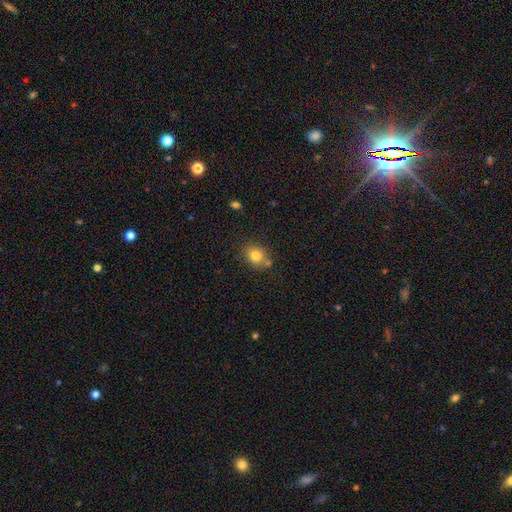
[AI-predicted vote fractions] Overall: smooth (79%). How rounded: round (54%; in between 45%). Merging: none (71%).